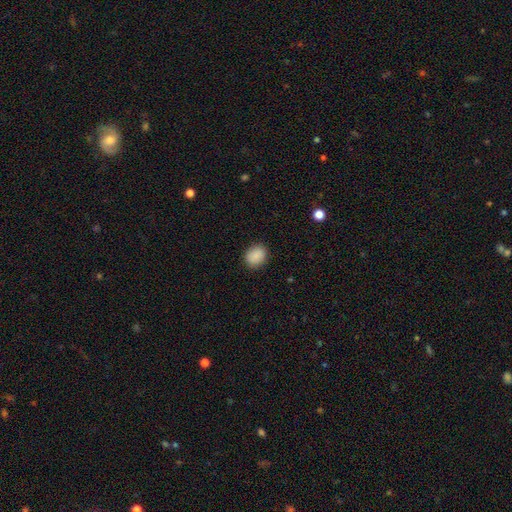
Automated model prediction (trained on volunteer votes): Overall: smooth (89%). How rounded: round (54%; in between 45%). Merging: none (87%).